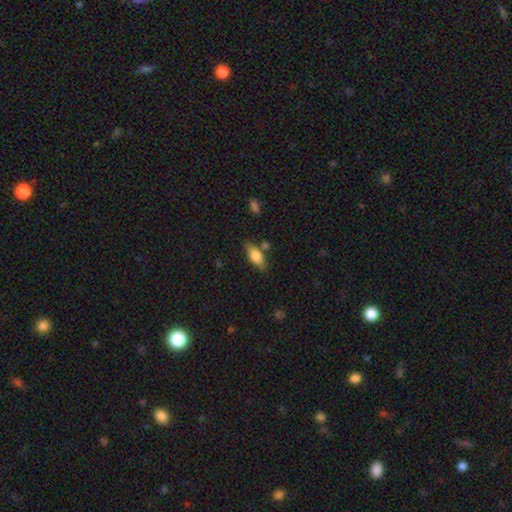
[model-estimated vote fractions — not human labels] smooth_or_featured: smooth (p=0.72) [alt: featured or disk p=0.21]
how_rounded: in between (p=0.75) [alt: cigar-shaped p=0.21]
merging: none (p=0.72) [alt: minor disturbance p=0.16]